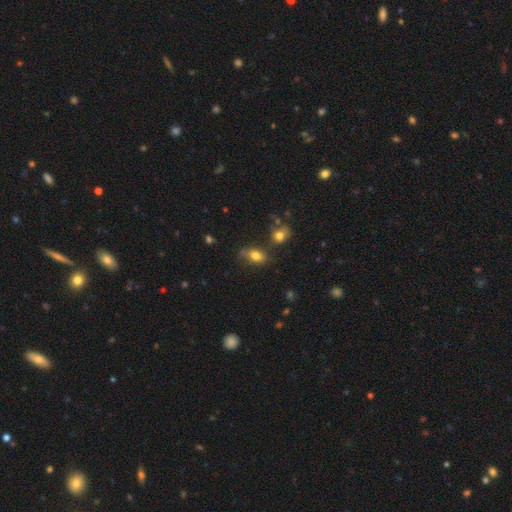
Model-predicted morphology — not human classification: type=smooth (79%); roundness=in between (81%); merging=none (64%).